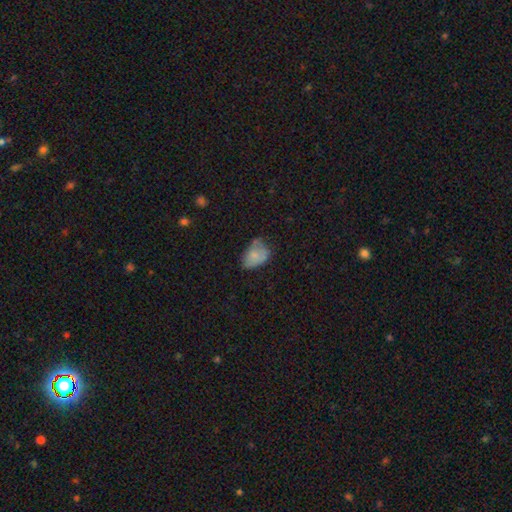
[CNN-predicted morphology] Smooth or featured: smooth — 73% (featured or disk — 18%)
How rounded: in between — 83% (round — 16%)
Merging: minor disturbance — 40% (none — 39%)